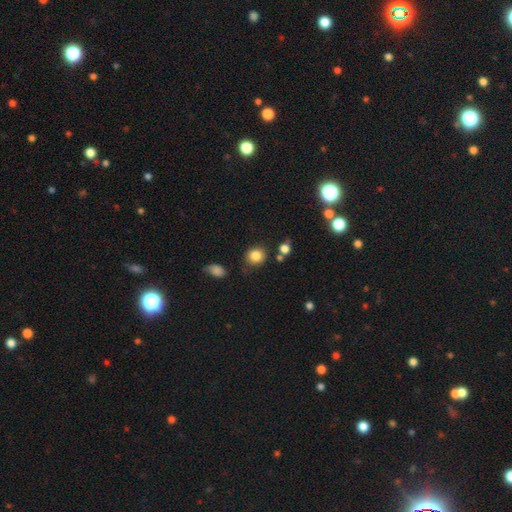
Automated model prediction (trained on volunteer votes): Smooth or featured? smooth (84%)
How rounded? round (75%)
Merging? none (77%)